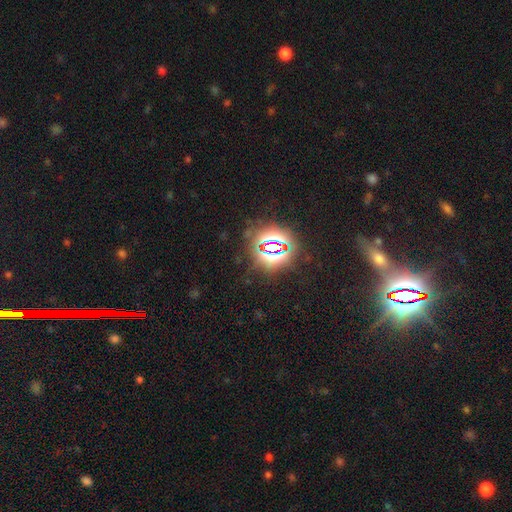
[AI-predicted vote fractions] Smooth or featured? star or artifact (82%)